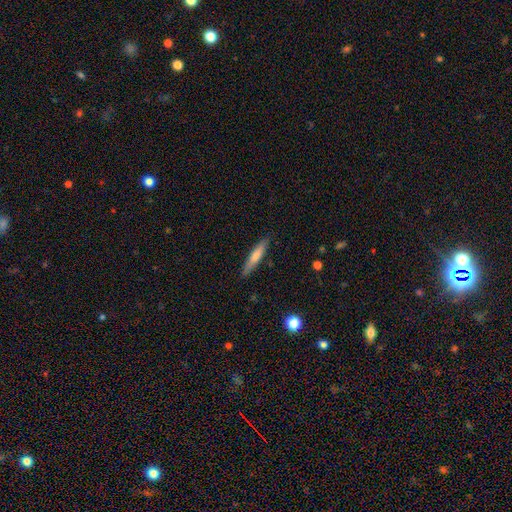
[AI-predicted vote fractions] Smooth or featured? smooth (62%)
How rounded? cigar-shaped (91%)
Merging? none (87%)